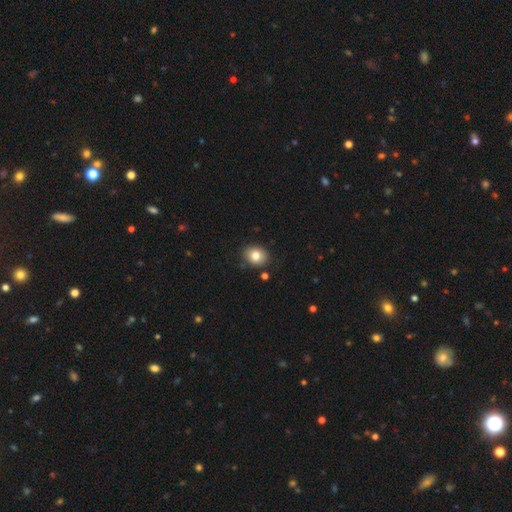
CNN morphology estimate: A smooth galaxy with no disk features (81%) that is round (63%).

Vote fractions:
- Smooth or featured? smooth: 81% / star or artifact: 10% / featured or disk: 9%
- How rounded? round: 63% / in between: 36% / cigar-shaped: 1%
- Merging? none: 86% / minor disturbance: 9% / merger: 2% / major disturbance: 2%